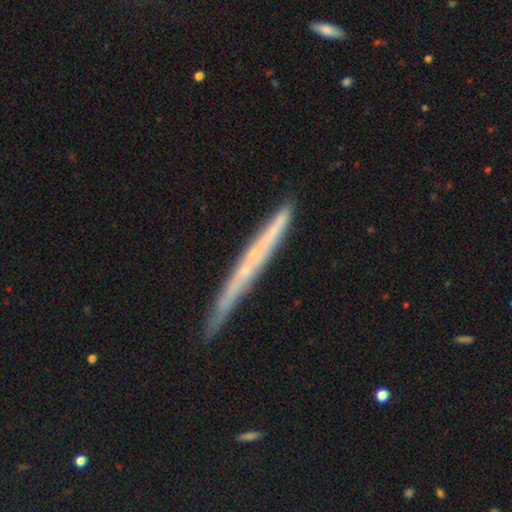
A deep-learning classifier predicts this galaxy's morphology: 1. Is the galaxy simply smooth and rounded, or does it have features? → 60% featured or disk, 33% smooth, 7% star or artifact.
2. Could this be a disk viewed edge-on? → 95% yes, 5% no.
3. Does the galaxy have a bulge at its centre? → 83% none, 14% rounded, 3% boxy.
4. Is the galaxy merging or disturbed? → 82% none, 14% minor disturbance, 2% major disturbance, 2% merger.